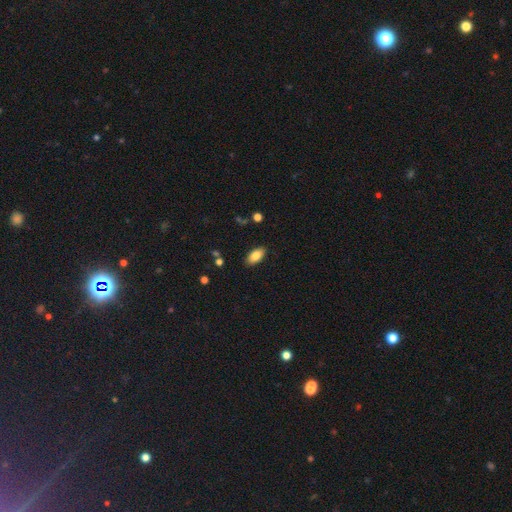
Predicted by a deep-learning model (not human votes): Smooth or featured? smooth (85%)
How rounded? in between (92%)
Merging? none (88%)